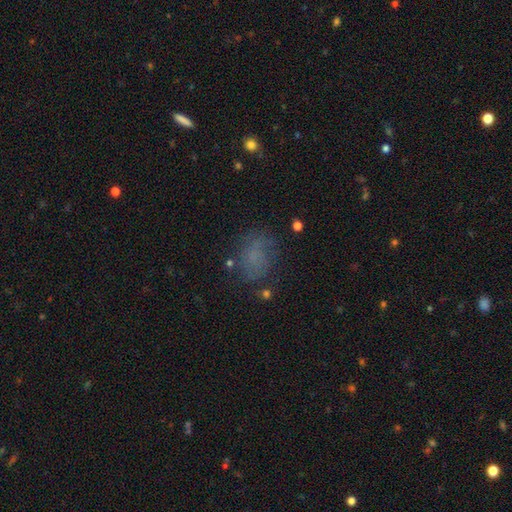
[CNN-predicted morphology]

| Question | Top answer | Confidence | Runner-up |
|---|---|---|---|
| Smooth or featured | smooth | 58% | featured or disk (22%) |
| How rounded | in between | 65% | round (33%) |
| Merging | none | 62% | minor disturbance (20%) |